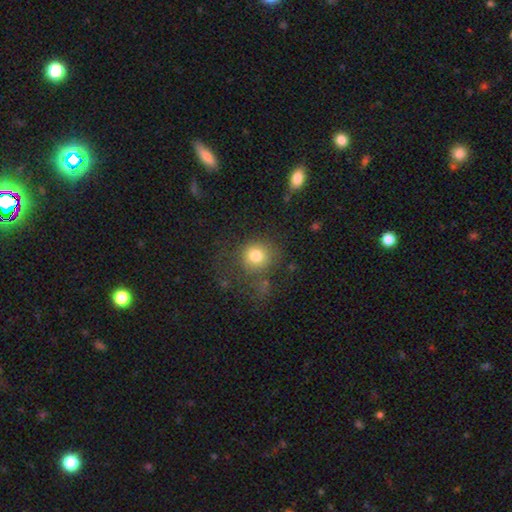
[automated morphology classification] A smooth galaxy with no disk features (78%) that is round (88%).

Vote fractions:
- Smooth or featured? smooth: 78% / star or artifact: 12% / featured or disk: 10%
- How rounded? round: 88% / in between: 11% / cigar-shaped: 1%
- Merging? none: 61% / minor disturbance: 18% / major disturbance: 17% / merger: 5%